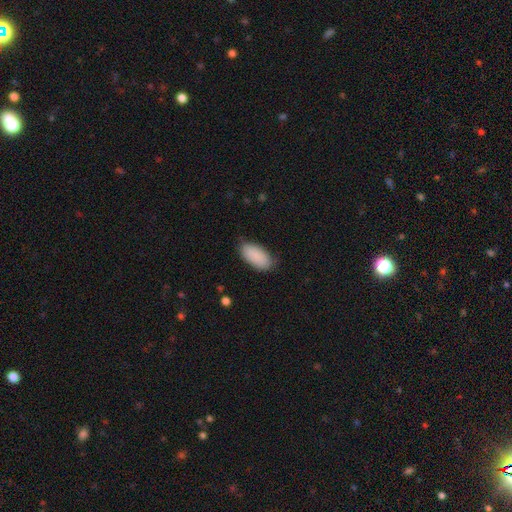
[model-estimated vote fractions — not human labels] Morphology: type=smooth (89%); roundness=in between (94%); merging=none (79%).